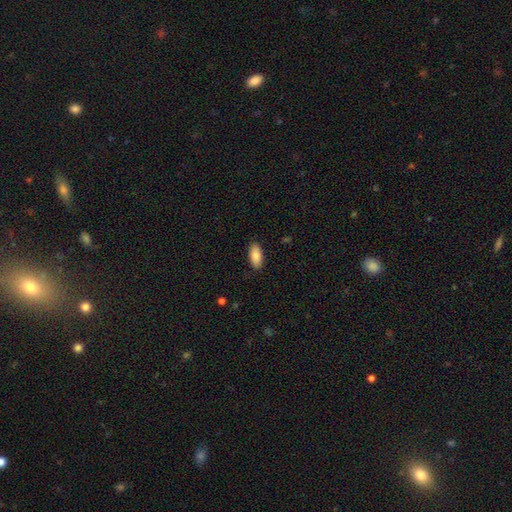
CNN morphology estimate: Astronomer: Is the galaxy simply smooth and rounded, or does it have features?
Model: smooth — 88%.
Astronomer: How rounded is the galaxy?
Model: in between — 89%.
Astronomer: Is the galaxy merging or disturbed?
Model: none — 88%.